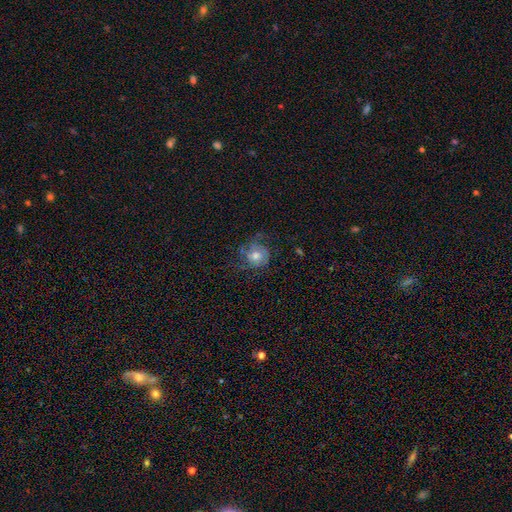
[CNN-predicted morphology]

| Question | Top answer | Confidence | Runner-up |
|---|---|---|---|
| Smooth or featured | featured or disk | 57% | smooth (32%) |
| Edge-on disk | no | 97% | yes (3%) |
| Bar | no | 79% | weak (18%) |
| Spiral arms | yes | 84% | no (16%) |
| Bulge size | moderate | 67% | small (17%) |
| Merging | none | 63% | minor disturbance (20%) |